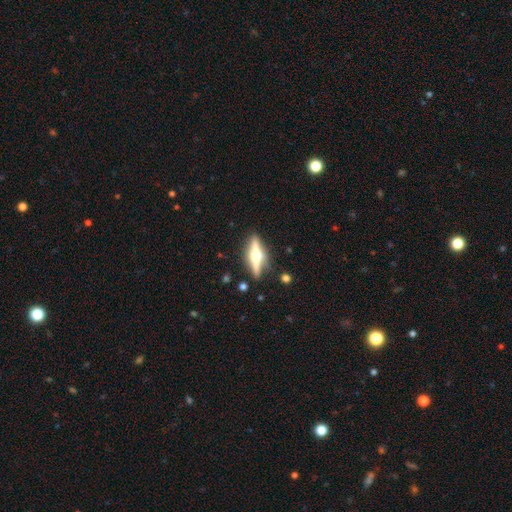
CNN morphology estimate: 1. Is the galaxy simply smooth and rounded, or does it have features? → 72% featured or disk, 22% smooth, 6% star or artifact.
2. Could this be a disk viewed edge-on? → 96% yes, 4% no.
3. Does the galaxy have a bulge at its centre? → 94% rounded, 4% boxy, 2% none.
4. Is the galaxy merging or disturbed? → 85% none, 10% minor disturbance, 3% major disturbance, 2% merger.